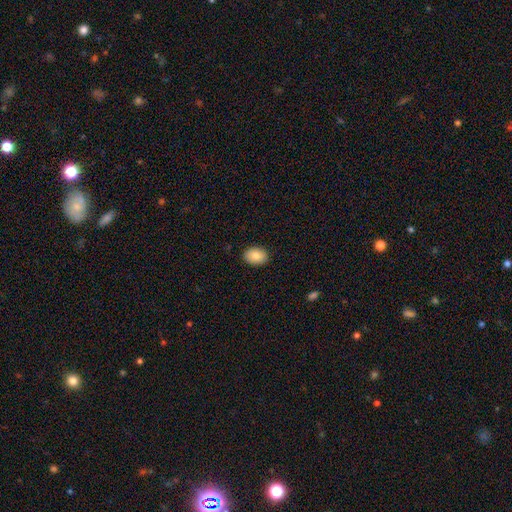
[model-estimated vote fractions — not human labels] Q: Smooth or featured?
A: smooth (85%); runner-up: featured or disk (8%)
Q: How rounded?
A: in between (75%); runner-up: round (24%)
Q: Merging?
A: none (90%); runner-up: minor disturbance (8%)